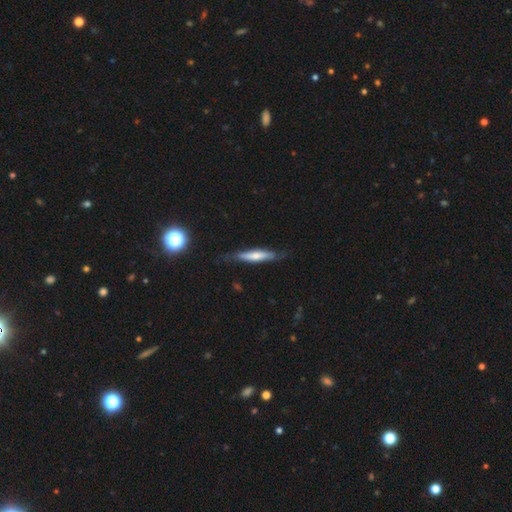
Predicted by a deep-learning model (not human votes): Smooth or featured? Predicted: smooth (p=0.51). How rounded? Predicted: cigar-shaped (p=0.83). Merging? Predicted: none (p=0.70).